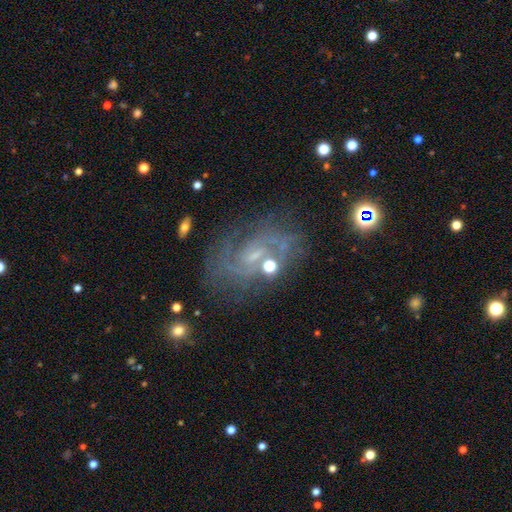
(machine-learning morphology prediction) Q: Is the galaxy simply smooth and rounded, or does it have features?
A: featured or disk — 75%.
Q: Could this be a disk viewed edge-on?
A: no — 96%.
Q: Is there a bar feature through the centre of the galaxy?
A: no — 46%.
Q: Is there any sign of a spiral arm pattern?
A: yes — 88%.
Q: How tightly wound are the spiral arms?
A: medium — 42%.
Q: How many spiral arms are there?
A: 2 — 47%.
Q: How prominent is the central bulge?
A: small — 63%.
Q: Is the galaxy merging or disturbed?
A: none — 66%.